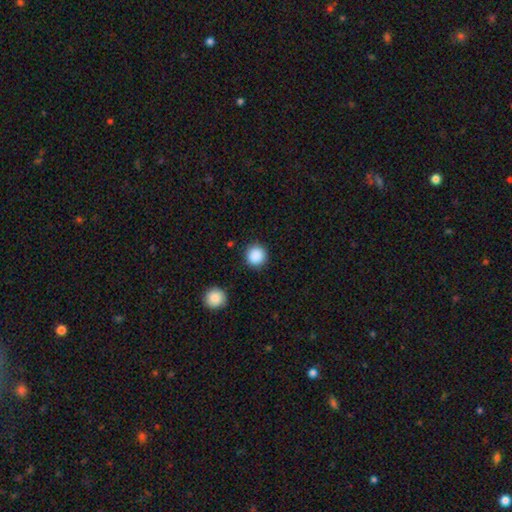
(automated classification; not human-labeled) Smooth or featured: smooth — 88% (star or artifact — 9%)
How rounded: round — 94% (in between — 5%)
Merging: none — 90% (minor disturbance — 6%)